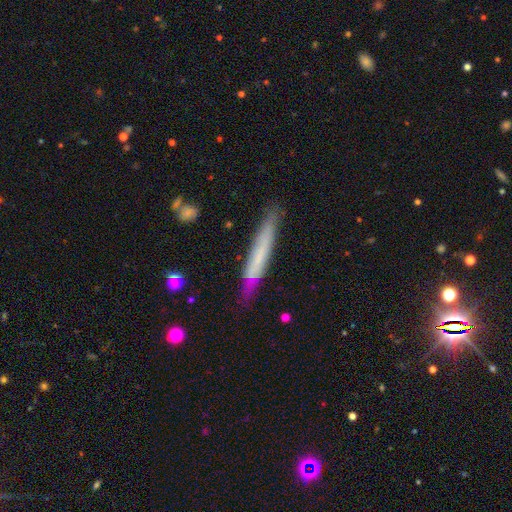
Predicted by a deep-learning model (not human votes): Smooth or featured: smooth — 43% (featured or disk — 39%)
Merging: none — 83% (minor disturbance — 11%)